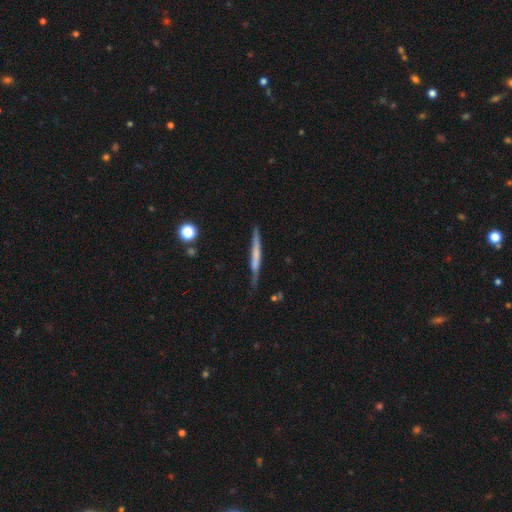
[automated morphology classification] The model was most divided on "smooth or featured": featured or disk: 52%, smooth: 42%, star or artifact: 6%. More confident: edge-on disk — yes (96%); merging — none (79%).